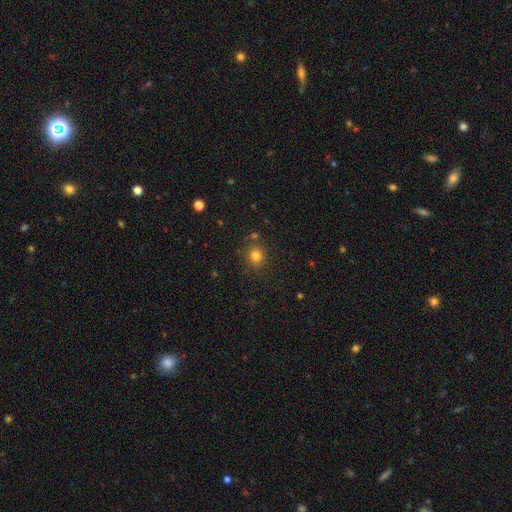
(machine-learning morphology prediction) Smooth or featured? smooth (81%)
How rounded? round (83%)
Merging? none (82%)